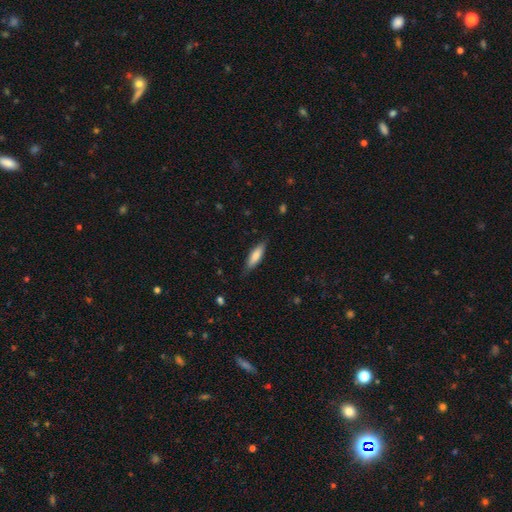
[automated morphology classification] Q: Smooth or featured?
A: smooth (77%); runner-up: featured or disk (18%)
Q: How rounded?
A: cigar-shaped (56%); runner-up: in between (43%)
Q: Merging?
A: none (81%); runner-up: minor disturbance (15%)